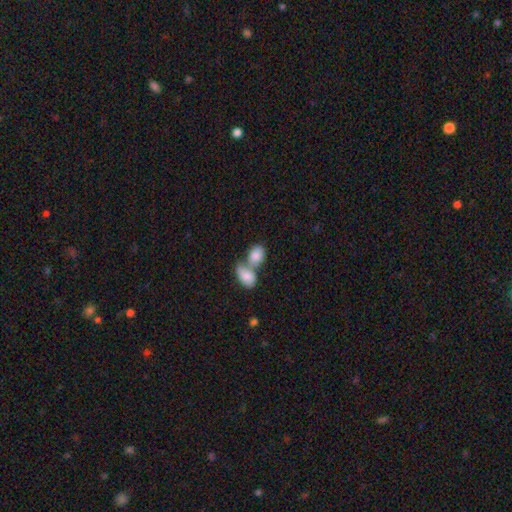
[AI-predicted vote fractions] smooth 83%, featured or disk 11%, star or artifact 6%. Down the decision tree: how rounded — in between (75%); merging — merger (68%).